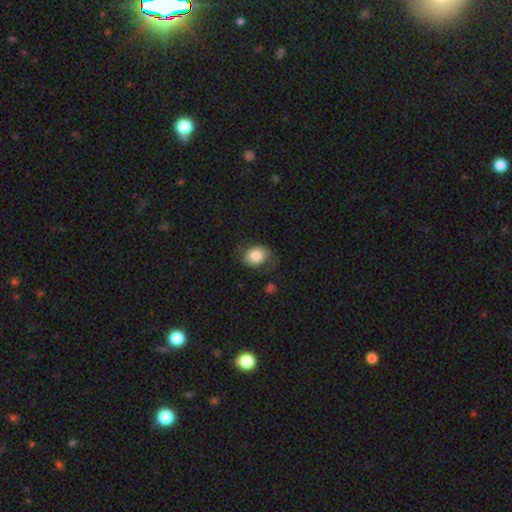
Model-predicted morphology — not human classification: Smooth or featured? Predicted: smooth (p=0.79). How rounded? Predicted: in between (p=0.63). Merging? Predicted: none (p=0.64).